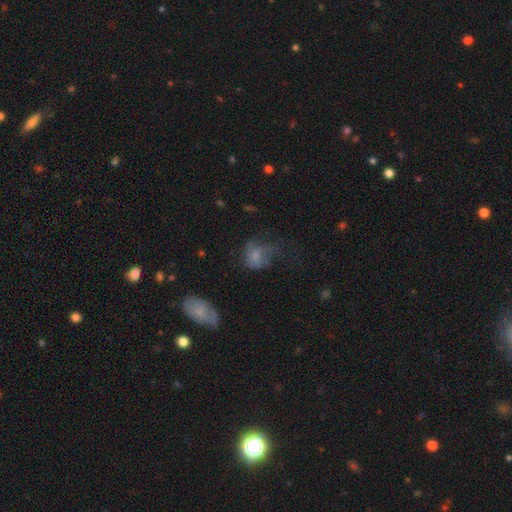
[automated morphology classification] Smooth or featured?
  - smooth: 64% *
  - featured or disk: 23%
  - star or artifact: 13%
How rounded?
  - round: 50% *
  - in between: 49%
  - cigar-shaped: 1%
Merging?
  - major disturbance: 42% *
  - none: 30%
  - minor disturbance: 25%
  - merger: 3%